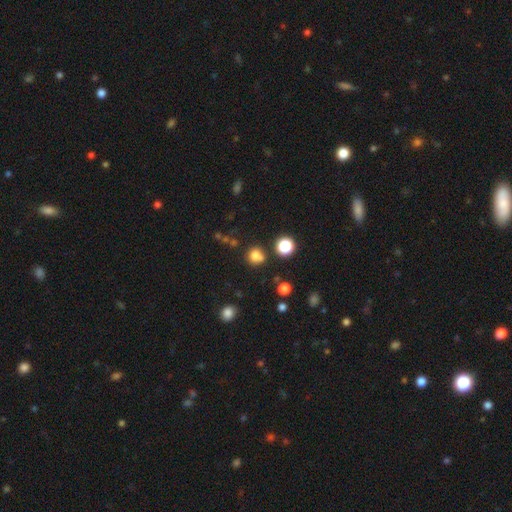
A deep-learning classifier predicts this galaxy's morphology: type=smooth (76%); roundness=round (86%); merging=none (65%).